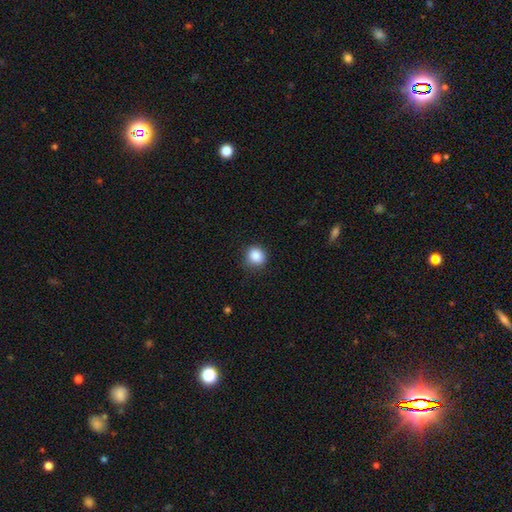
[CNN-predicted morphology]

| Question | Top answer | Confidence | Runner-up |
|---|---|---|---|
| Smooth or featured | smooth | 87% | star or artifact (10%) |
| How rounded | round | 82% | in between (17%) |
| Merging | none | 82% | minor disturbance (14%) |